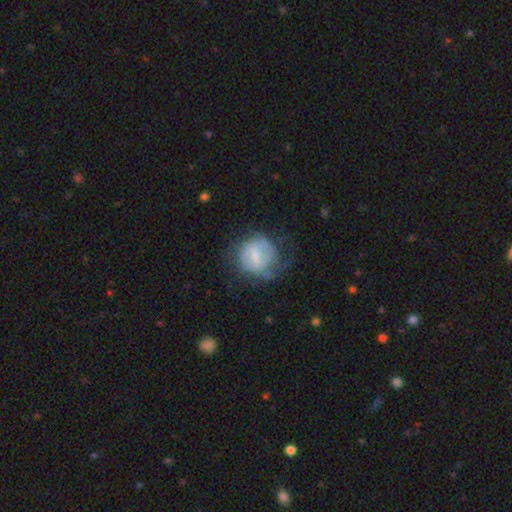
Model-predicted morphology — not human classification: smooth-or-featured: featured or disk: 61% | smooth: 33% | star or artifact: 6%
  disk-edge-on: no: 97% | yes: 3%
    bar: weak: 59% | no: 23% | strong: 18%
    has-spiral-arms: yes: 74% | no: 26%
    bulge-size: small: 56% | moderate: 33% | none: 8% | large: 2% | dominant: 1%
  merging: none: 49% | minor disturbance: 27% | major disturbance: 22% | merger: 2%